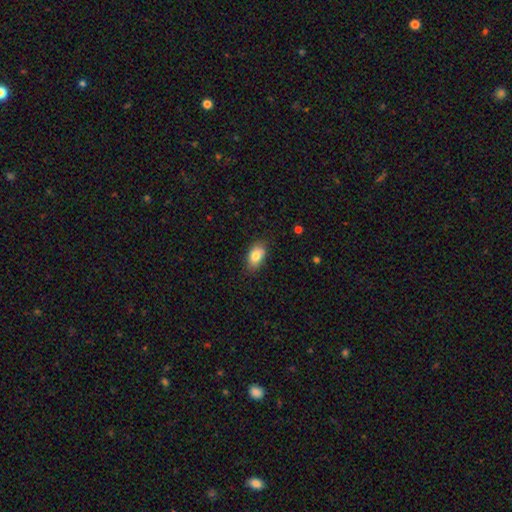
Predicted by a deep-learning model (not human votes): Morphology: type=smooth (82%); roundness=in between (90%); merging=none (80%).